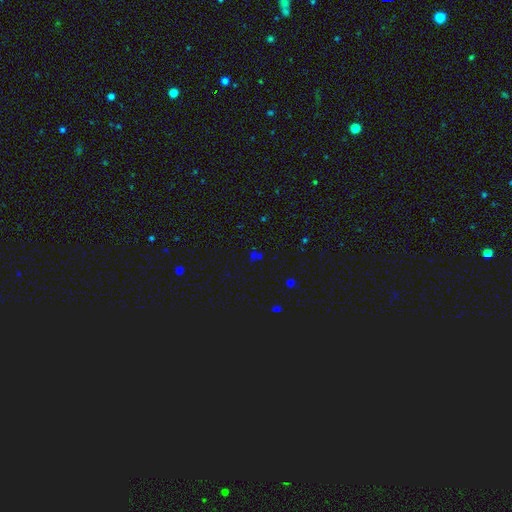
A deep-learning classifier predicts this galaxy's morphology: Overall: star or artifact (59%; smooth 31%).